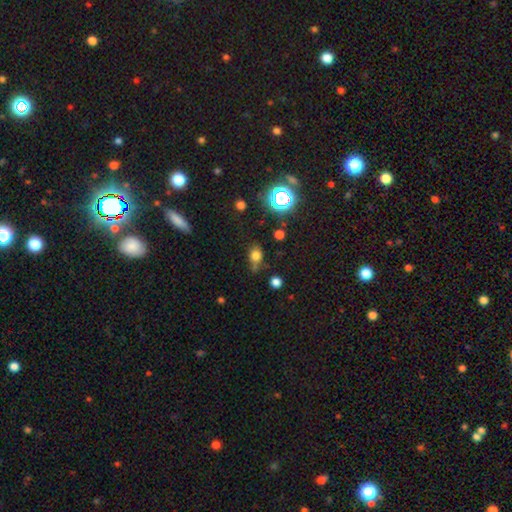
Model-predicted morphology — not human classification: Smooth or featured: smooth — 72% (star or artifact — 20%)
How rounded: in between — 49% (tied with round — 49%)
Merging: none — 59% (minor disturbance — 25%)